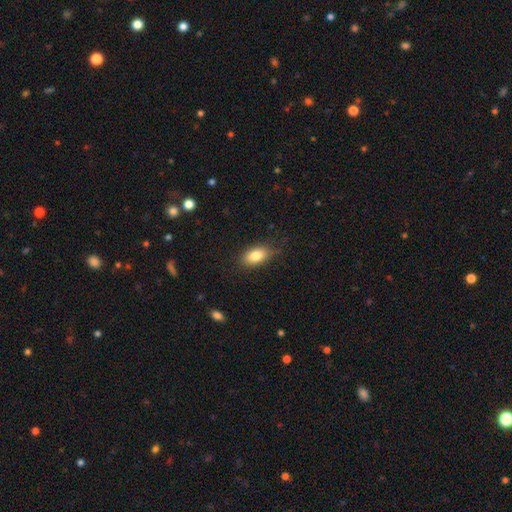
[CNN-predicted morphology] smooth 83%, featured or disk 9%, star or artifact 8%. Down the decision tree: how rounded — in between (89%); merging — none (80%).